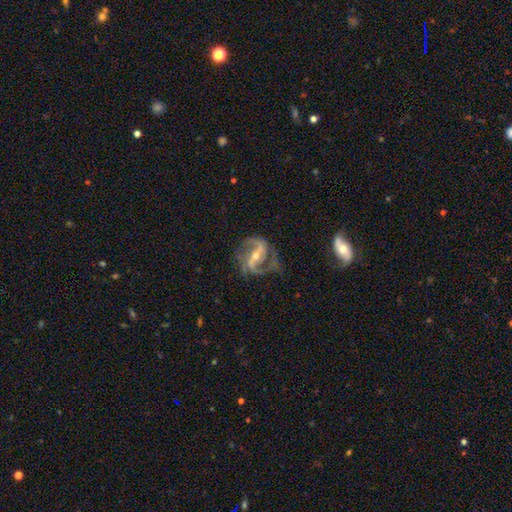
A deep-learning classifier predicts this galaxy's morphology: A featured or disk galaxy (91%) with a strong bar (55%), 2 (82%) medium (49%) spiral arms (97%) and a small central bulge (51%). Merging: none (65%).